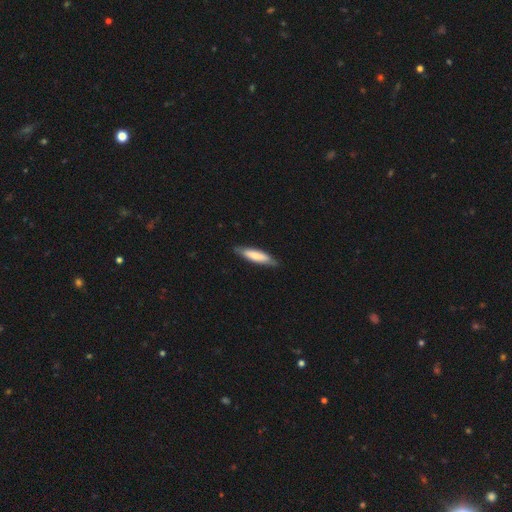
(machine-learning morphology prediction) The model was most divided on "smooth or featured": smooth: 72%, featured or disk: 23%, star or artifact: 5%. More confident: merging — none (81%); how rounded — cigar-shaped (74%).